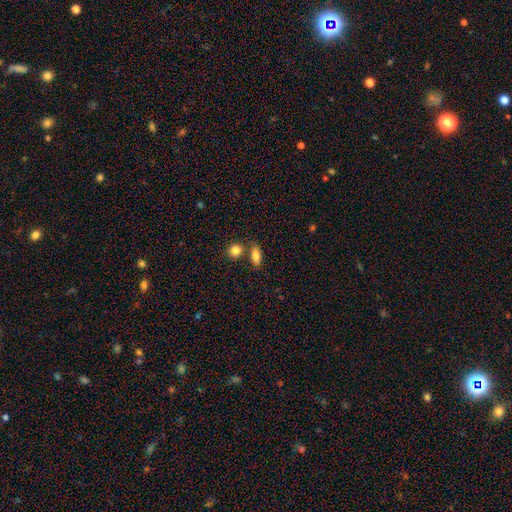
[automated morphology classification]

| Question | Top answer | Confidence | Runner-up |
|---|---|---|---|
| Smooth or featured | smooth | 82% | featured or disk (10%) |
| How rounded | in between | 75% | cigar-shaped (18%) |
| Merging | none | 69% | merger (15%) |